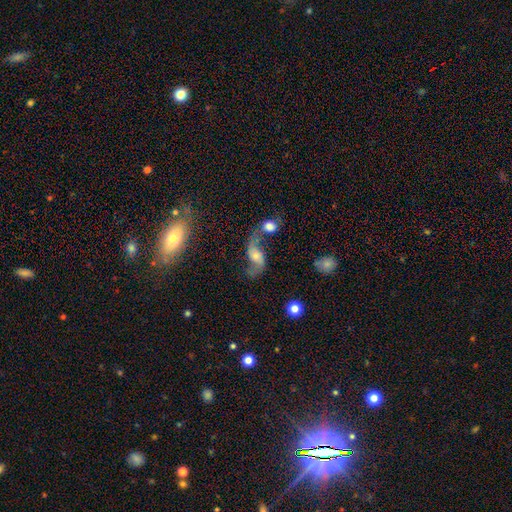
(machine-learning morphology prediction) Smooth or featured: featured or disk — 77% (smooth — 15%)
Edge-on disk: no — 96% (yes — 4%)
Bar: no — 56% (weak — 32%)
Spiral arms: yes — 91% (no — 9%)
Spiral winding: loose — 84% (medium — 12%)
Spiral arm count: 2 — 91% (1 — 4%)
Bulge size: moderate — 50% (small — 39%)
Merging: none — 40% (merger — 31%)